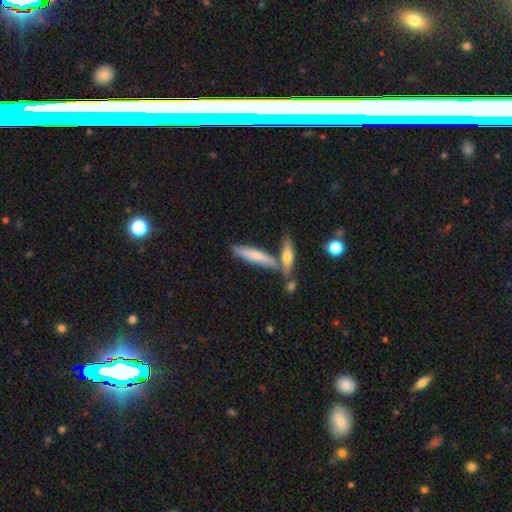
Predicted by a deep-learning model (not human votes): Overall: smooth (59%; featured or disk 35%). How rounded: cigar-shaped (79%). Merging: none (58%; merger 27%).